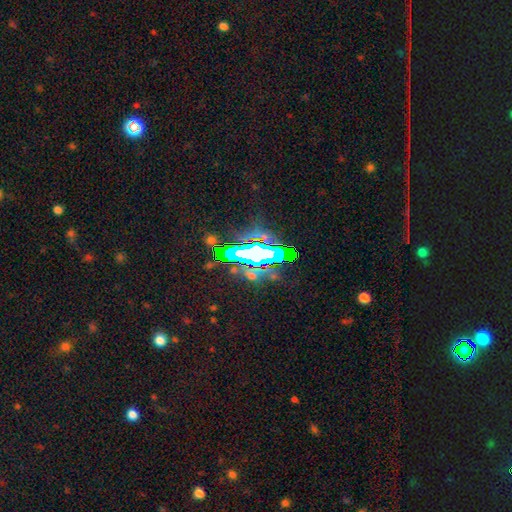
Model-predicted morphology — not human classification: smooth_or_featured: star or artifact (p=0.65) [alt: smooth p=0.19]